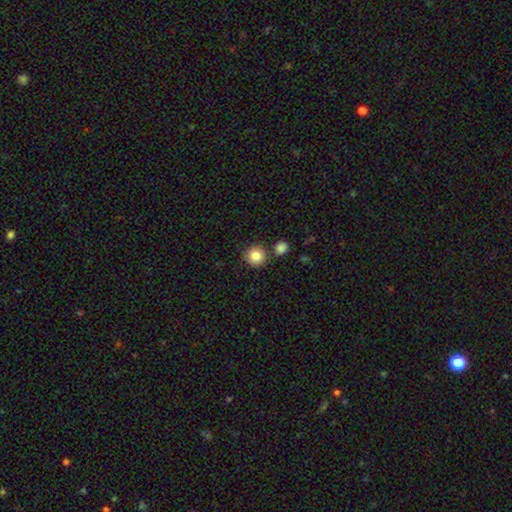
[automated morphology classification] Smooth or featured? Predicted: smooth (p=0.85). How rounded? Predicted: round (p=0.93). Merging? Predicted: none (p=0.80).